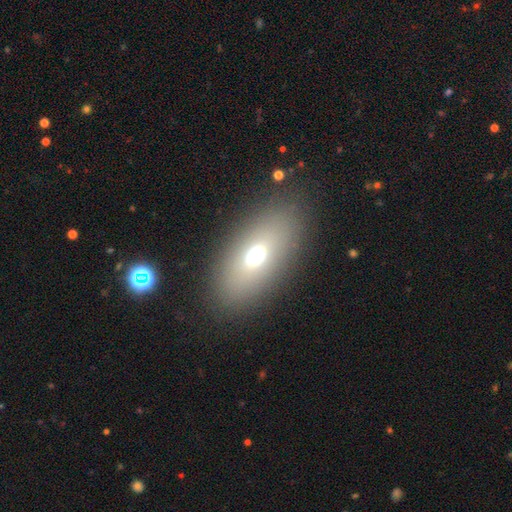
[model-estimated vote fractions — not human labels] Q: Smooth or featured?
A: smooth (66%); runner-up: featured or disk (22%)
Q: How rounded?
A: in between (86%); runner-up: cigar-shaped (7%)
Q: Merging?
A: none (85%); runner-up: minor disturbance (9%)